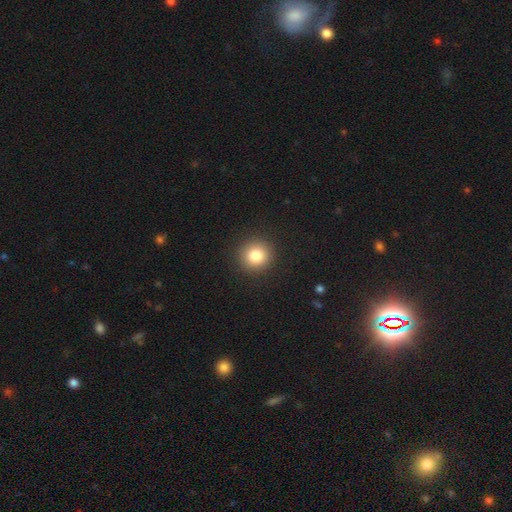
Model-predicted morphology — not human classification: The model was most divided on "smooth or featured": smooth: 83%, star or artifact: 10%, featured or disk: 6%. More confident: how rounded — round (93%); merging — none (92%).